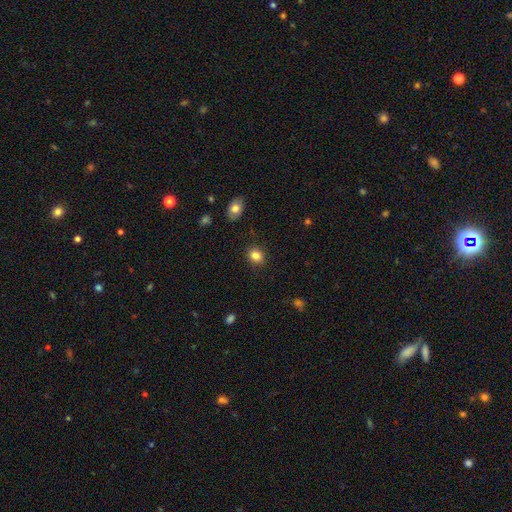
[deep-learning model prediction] Morphology: type=smooth (84%); roundness=round (52%); merging=none (87%).